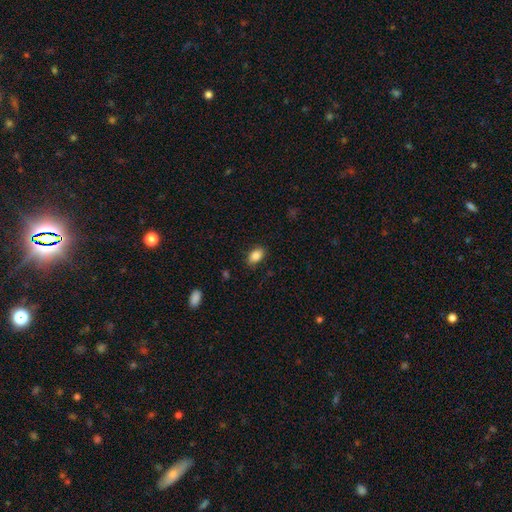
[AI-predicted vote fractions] The model was most divided on "merging": none: 84%, minor disturbance: 12%, major disturbance: 3%, merger: 1%. More confident: how rounded — in between (89%); smooth or featured — smooth (86%).